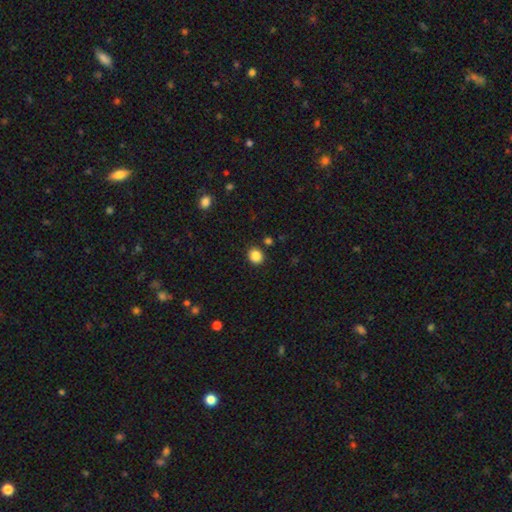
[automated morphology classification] smooth 86%, star or artifact 10%, featured or disk 3%. Down the decision tree: how rounded — round (74%); merging — none (88%).